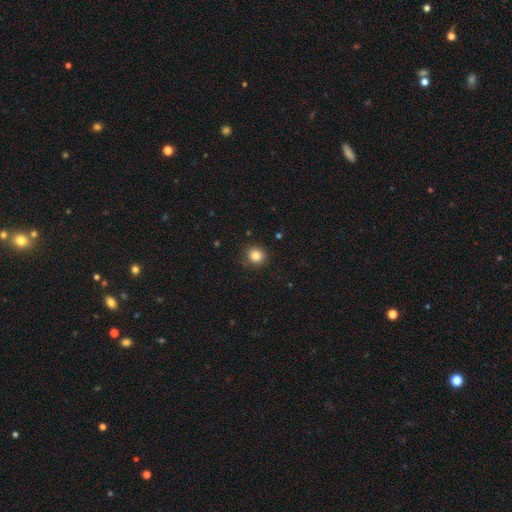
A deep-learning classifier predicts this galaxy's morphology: Overall: smooth (84%). How rounded: round (91%). Merging: none (89%).